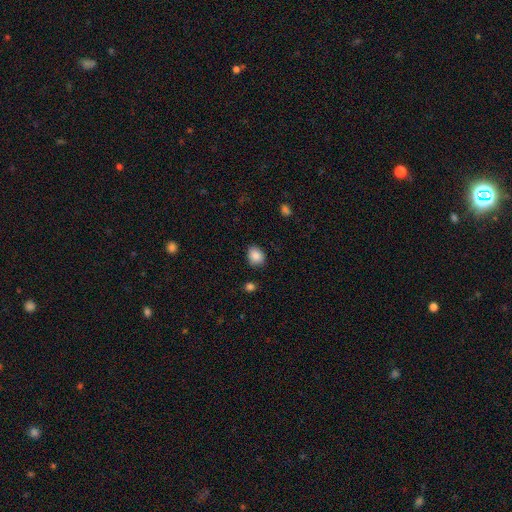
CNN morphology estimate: This appears to be a smooth galaxy with no disk features (88%) that is round (50%). Merging: none (81%).